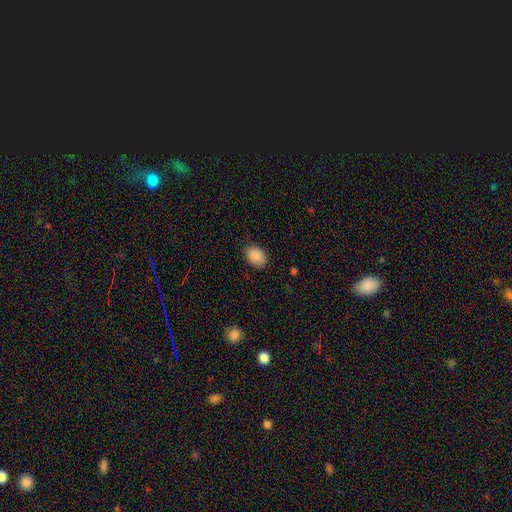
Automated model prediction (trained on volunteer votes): This is clearly a smooth galaxy (89%). How rounded: likely in between (72%). Merging: clearly none (83%).